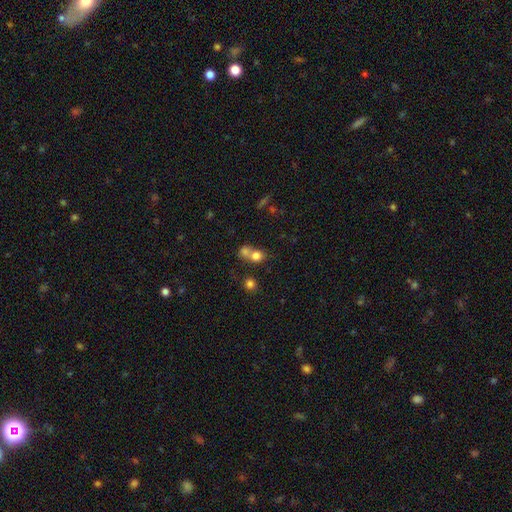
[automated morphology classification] smooth_or_featured: smooth (p=0.75) [alt: featured or disk p=0.13]
how_rounded: round (p=0.75) [alt: in between p=0.24]
merging: merger (p=0.58) [alt: none p=0.33]